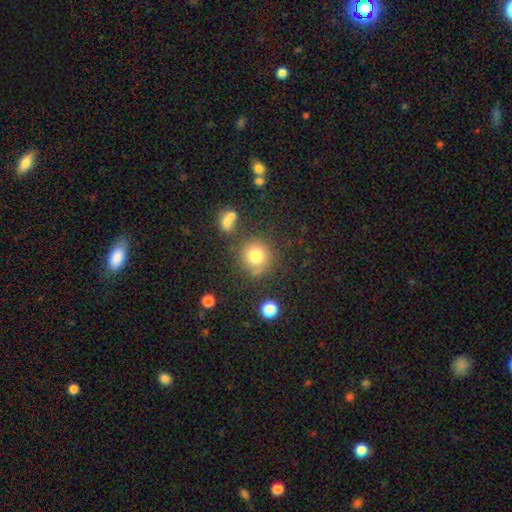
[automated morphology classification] This is likely a smooth galaxy (78%). How rounded: clearly round (90%). Merging: likely none (73%).